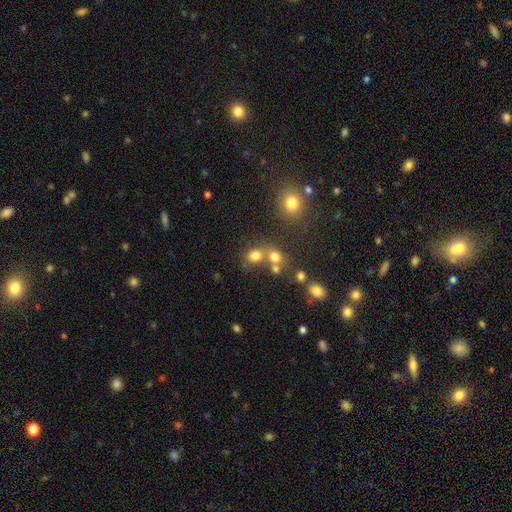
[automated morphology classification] Smooth or featured? smooth (75%)
How rounded? round (72%)
Merging? none (49%)